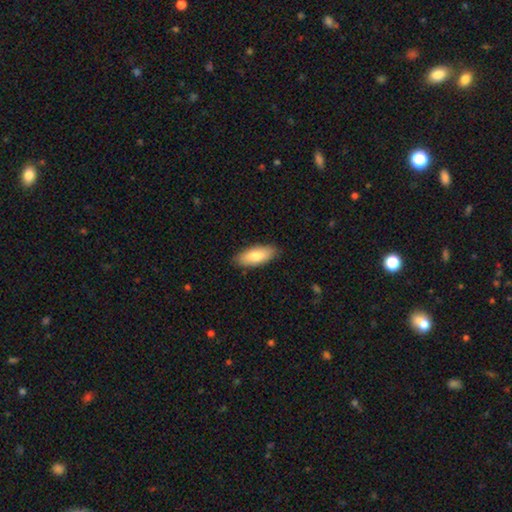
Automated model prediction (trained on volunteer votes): Morphology: type=smooth (79%); roundness=in between (79%); merging=none (86%).